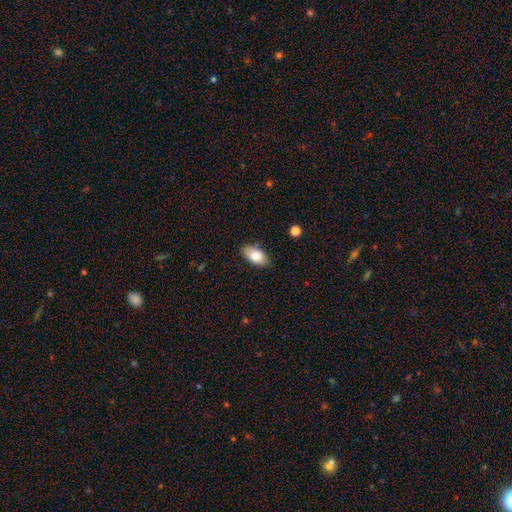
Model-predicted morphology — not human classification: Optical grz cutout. It shows a smooth galaxy with no disk features (81%) that is in between round and cigar-shaped (93%). Merging: none (85%).